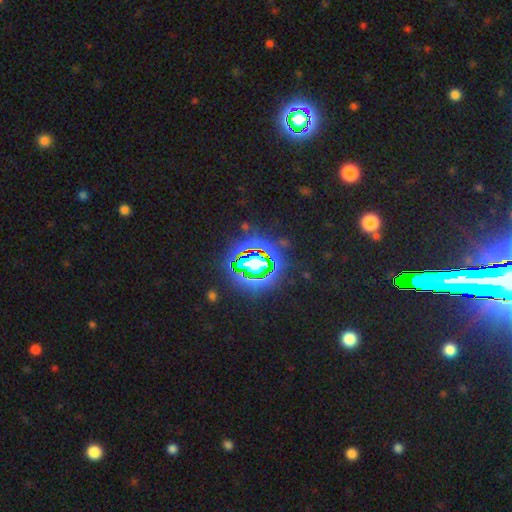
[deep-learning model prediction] Smooth or featured?
  - star or artifact: 84% *
  - smooth: 8%
  - featured or disk: 8%